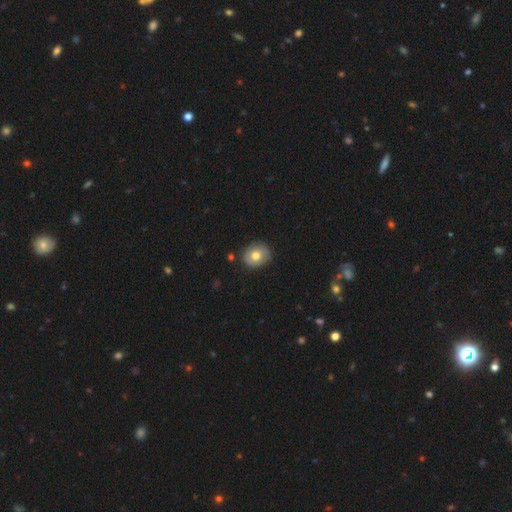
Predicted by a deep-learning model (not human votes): Smooth or featured? smooth (73%)
How rounded? round (66%)
Merging? none (84%)